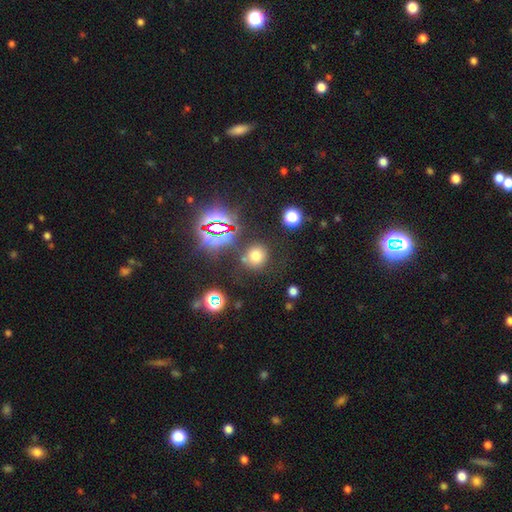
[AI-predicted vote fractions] Smooth or featured?
  - smooth: 65% *
  - star or artifact: 26%
  - featured or disk: 9%
How rounded?
  - round: 85% *
  - in between: 13%
  - cigar-shaped: 1%
Merging?
  - none: 74% *
  - minor disturbance: 13%
  - merger: 8%
  - major disturbance: 6%